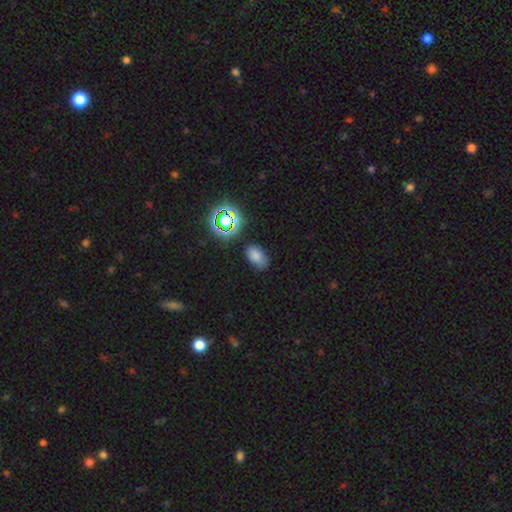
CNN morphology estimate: Smooth or featured? Predicted: smooth (p=0.73). How rounded? Predicted: in between (p=0.90). Merging? Predicted: none (p=0.78).